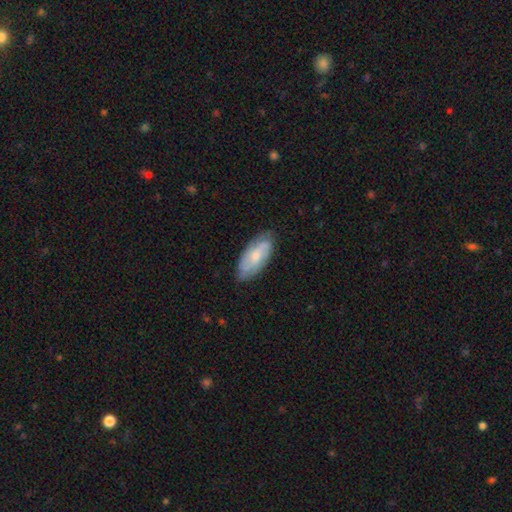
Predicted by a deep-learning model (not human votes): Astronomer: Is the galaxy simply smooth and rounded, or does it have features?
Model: featured or disk — 50% (runner-up: smooth, 44%).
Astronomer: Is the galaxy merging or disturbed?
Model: none — 76%.